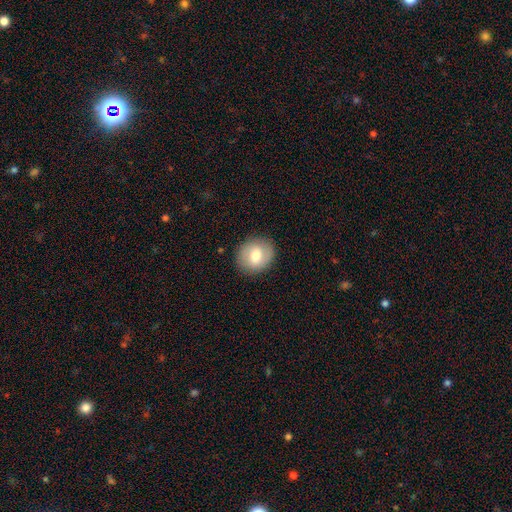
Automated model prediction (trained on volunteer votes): Smooth or featured? Predicted: smooth (p=0.67). How rounded? Predicted: round (p=0.68). Merging? Predicted: none (p=0.87).